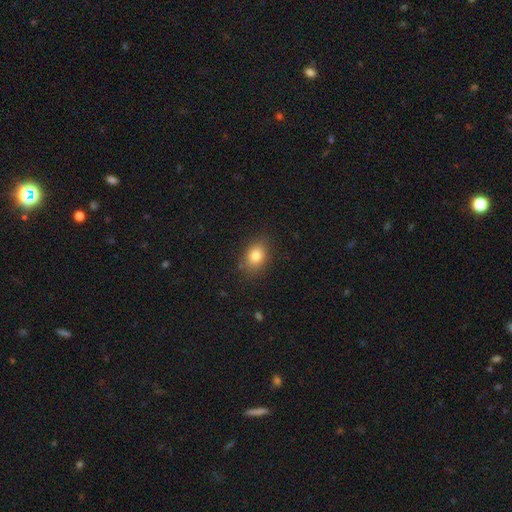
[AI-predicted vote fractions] smooth_or_featured: smooth (p=0.82) [alt: star or artifact p=0.10]
how_rounded: in between (p=0.67) [alt: round p=0.32]
merging: none (p=0.83) [alt: minor disturbance p=0.12]